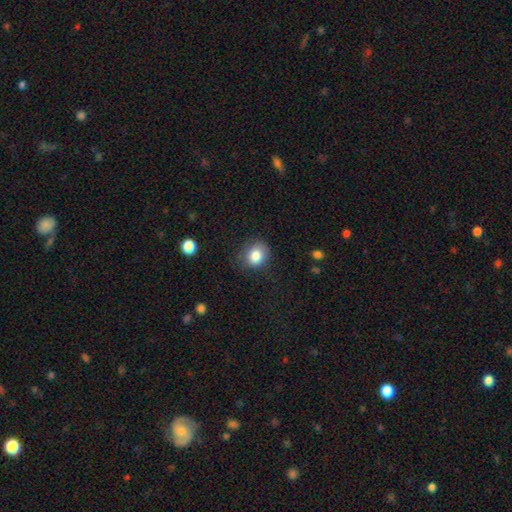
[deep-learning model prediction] smooth-or-featured: smooth: 83% | star or artifact: 10% | featured or disk: 7%
  how-rounded: round: 62% | in between: 37% | cigar-shaped: 1%
  merging: none: 75% | minor disturbance: 19% | major disturbance: 5% | merger: 1%